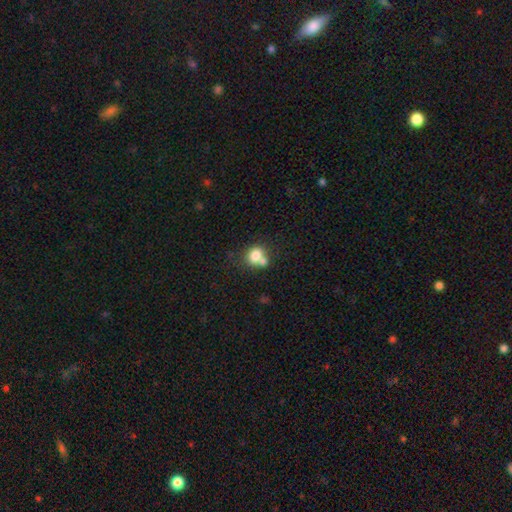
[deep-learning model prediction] A smooth galaxy with no disk features (76%) that is round (63%). Merging: merger (44%).